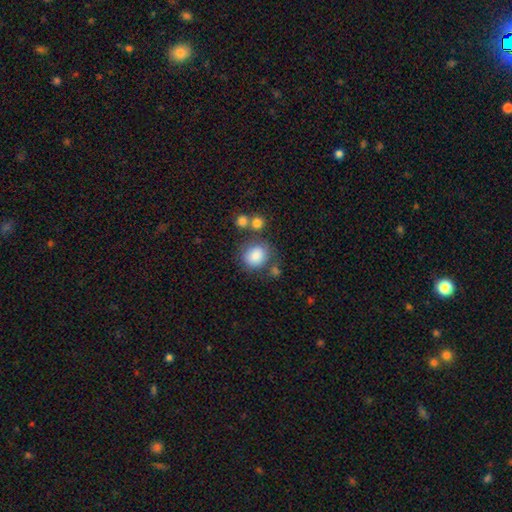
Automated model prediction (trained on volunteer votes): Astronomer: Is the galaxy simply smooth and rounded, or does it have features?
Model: smooth — 85%.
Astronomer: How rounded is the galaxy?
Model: round — 71%.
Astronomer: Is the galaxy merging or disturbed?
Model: none — 66%.